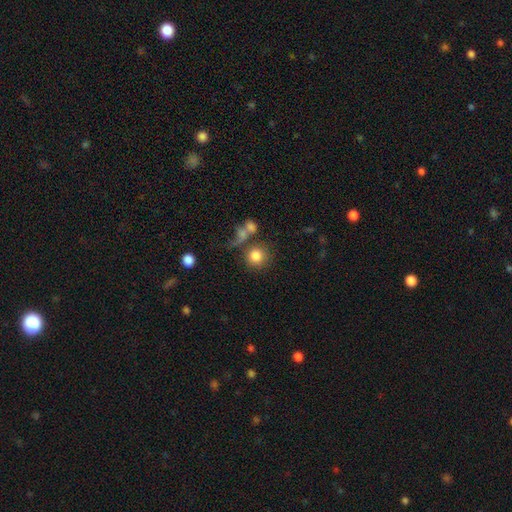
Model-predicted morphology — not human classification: The model was most divided on "merging": none: 60%, merger: 20%, minor disturbance: 11%, major disturbance: 9%. More confident: how rounded — round (89%); smooth or featured — smooth (81%).